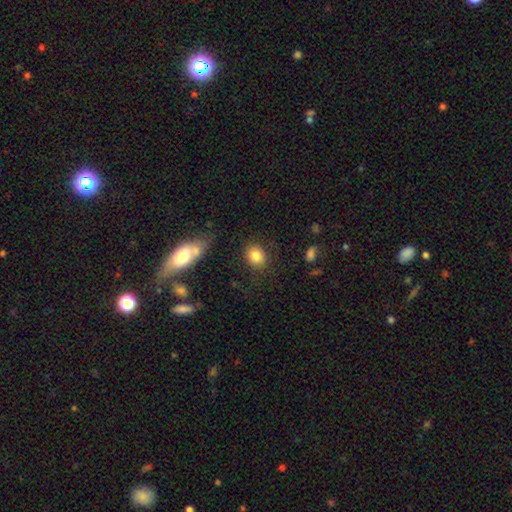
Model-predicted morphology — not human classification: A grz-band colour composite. It shows a smooth galaxy with no disk features (84%) that is round (63%). Merging: none (83%).